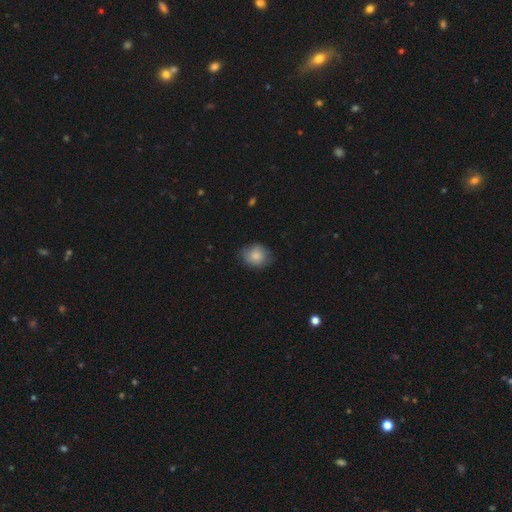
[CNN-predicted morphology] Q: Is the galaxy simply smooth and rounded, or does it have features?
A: smooth — 84%.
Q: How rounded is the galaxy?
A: round — 68%.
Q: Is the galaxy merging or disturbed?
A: none — 74%.